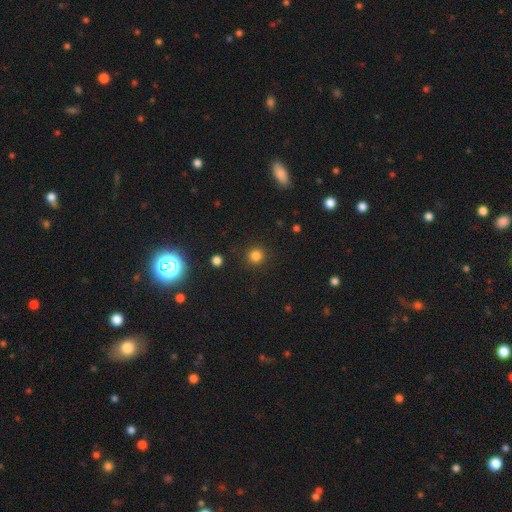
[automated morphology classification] This appears to be a smooth galaxy with no disk features (82%) that is round (94%). Merging: none (91%).